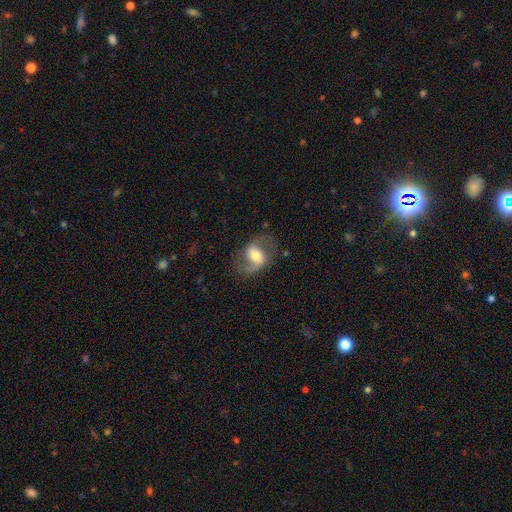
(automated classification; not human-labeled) Morphology: type=featured or disk (76%); edge-on=no (96%); bar=weak (45%); spiral arms=yes (91%); winding=loose (56%); arm count=2 (83%); bulge=moderate (63%); merging=none (69%).